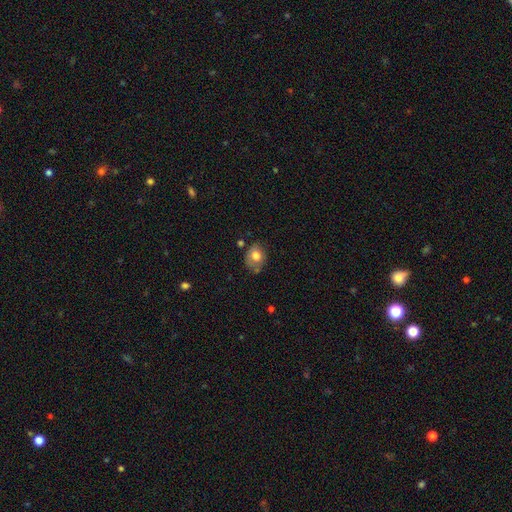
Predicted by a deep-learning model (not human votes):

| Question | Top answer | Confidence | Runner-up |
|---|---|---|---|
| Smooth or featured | smooth | 76% | featured or disk (16%) |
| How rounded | in between | 55% | round (44%) |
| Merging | none | 56% | minor disturbance (29%) |